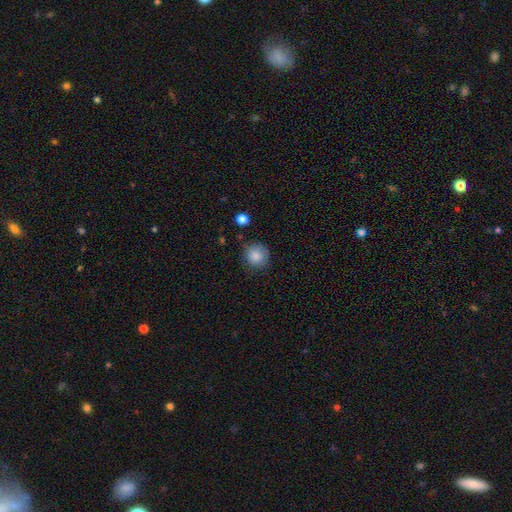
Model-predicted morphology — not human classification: type=smooth (86%); roundness=round (92%); merging=none (83%).